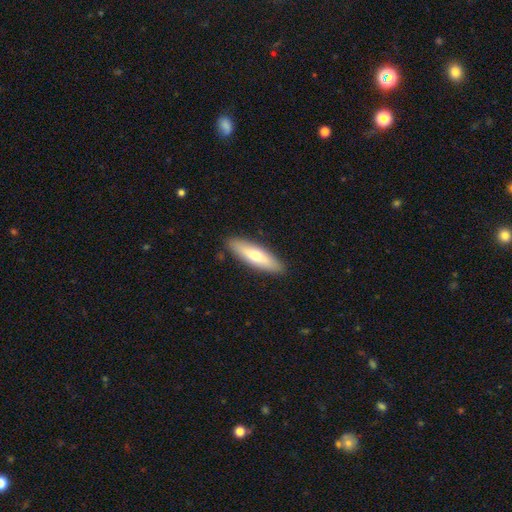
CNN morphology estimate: Overall: smooth (63%; featured or disk 31%). How rounded: cigar-shaped (64%; in between 34%). Merging: none (89%).